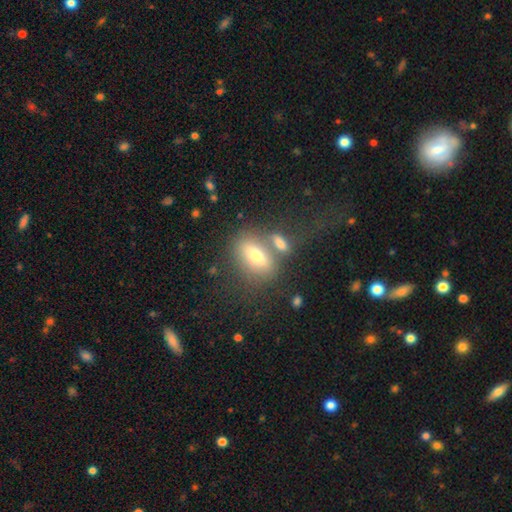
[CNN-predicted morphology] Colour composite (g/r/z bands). It shows a smooth galaxy with no disk features (66%) that is in between round and cigar-shaped (78%). Merging: none (47%).